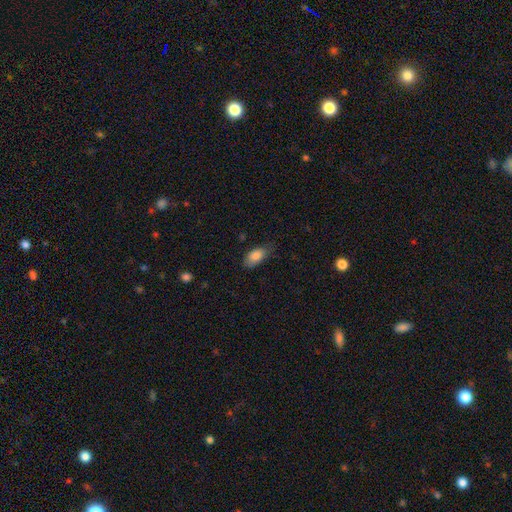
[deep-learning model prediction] smooth_or_featured: smooth (p=0.84) [alt: featured or disk p=0.09]
how_rounded: in between (p=0.90) [alt: cigar-shaped p=0.06]
merging: none (p=0.68) [alt: minor disturbance p=0.25]